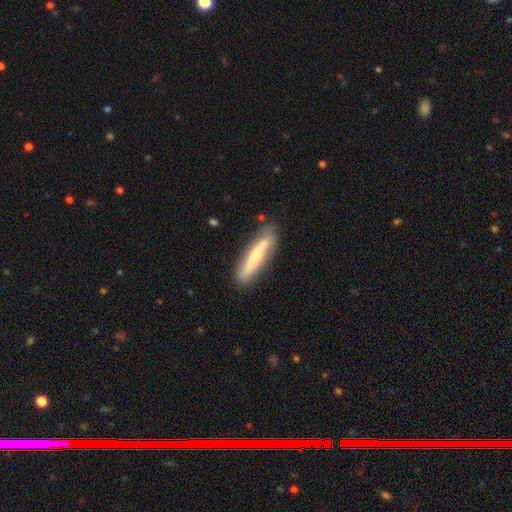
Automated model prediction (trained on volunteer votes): This appears to be a smooth galaxy with no disk features (57%) that is cigar-shaped (86%). Merging: none (81%).